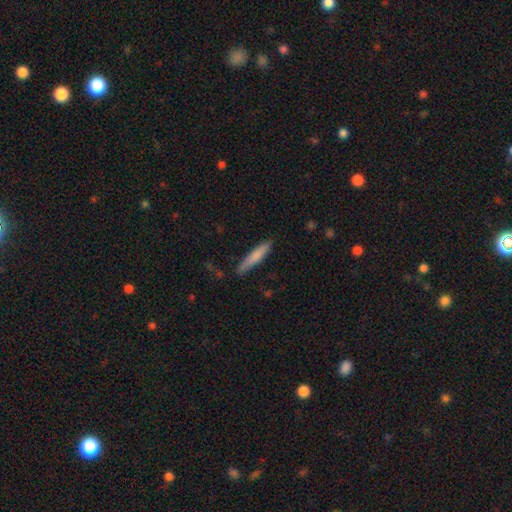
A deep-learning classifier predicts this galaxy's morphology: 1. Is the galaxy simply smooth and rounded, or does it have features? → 74% smooth, 20% featured or disk, 6% star or artifact.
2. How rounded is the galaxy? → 90% cigar-shaped, 8% in between, 1% round.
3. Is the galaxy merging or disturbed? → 86% none, 11% minor disturbance, 2% major disturbance, 2% merger.